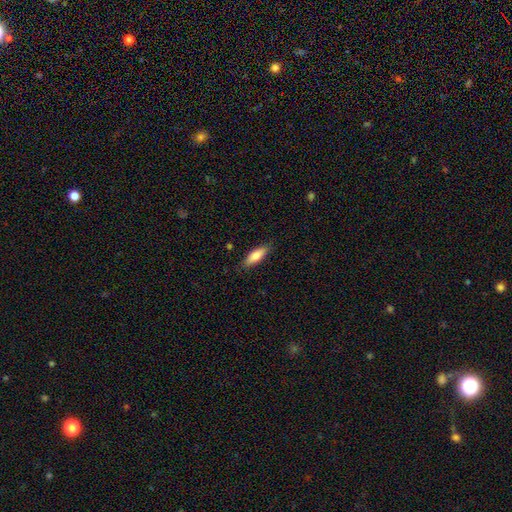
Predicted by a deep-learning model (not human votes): This is likely a smooth galaxy (76%). How rounded: possibly in between (52%). Merging: clearly none (85%).